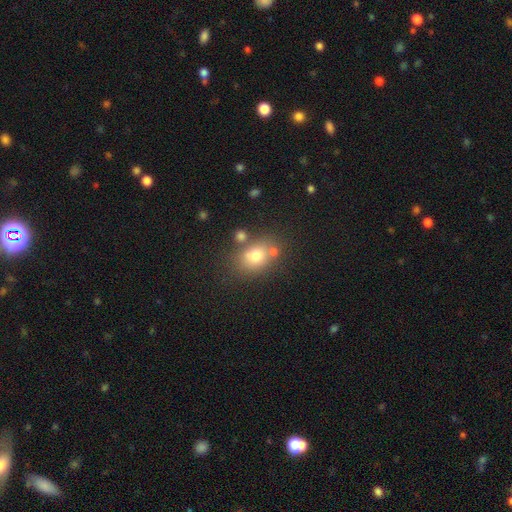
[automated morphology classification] Smooth or featured? Predicted: smooth (p=0.72). How rounded? Predicted: in between (p=0.58). Merging? Predicted: none (p=0.64).